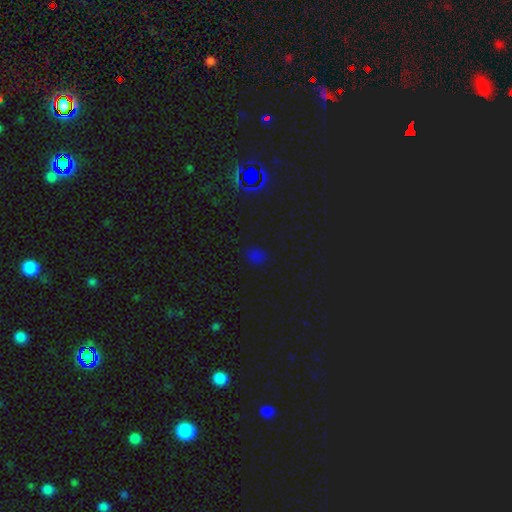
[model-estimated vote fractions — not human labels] Morphology: type=smooth (50%); roundness=round (70%); merging=none (82%).